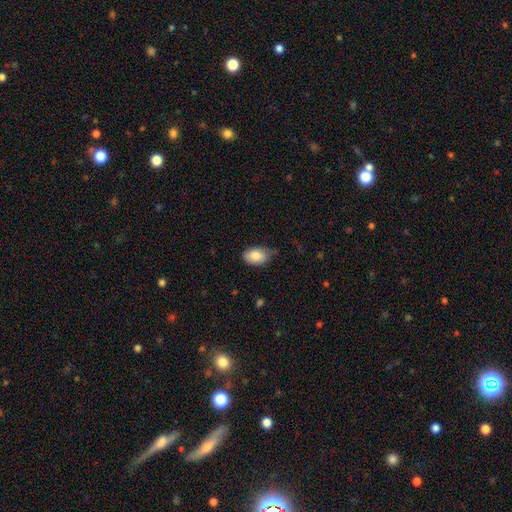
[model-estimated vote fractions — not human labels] Smooth or featured? Predicted: smooth (p=0.85). How rounded? Predicted: in between (p=0.90). Merging? Predicted: none (p=0.64).